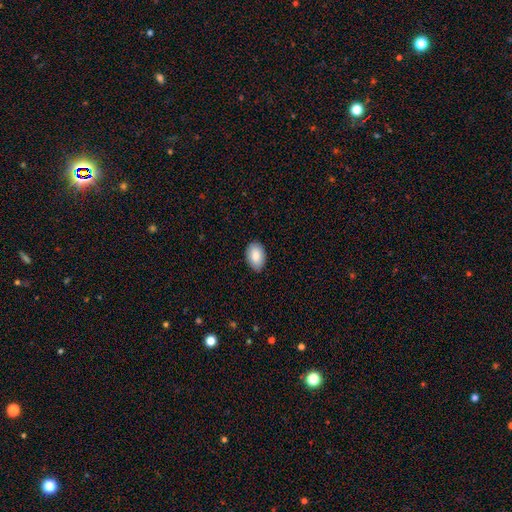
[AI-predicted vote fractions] Q: Smooth or featured?
A: smooth (86%); runner-up: featured or disk (8%)
Q: How rounded?
A: in between (92%); runner-up: round (7%)
Q: Merging?
A: none (87%); runner-up: minor disturbance (11%)